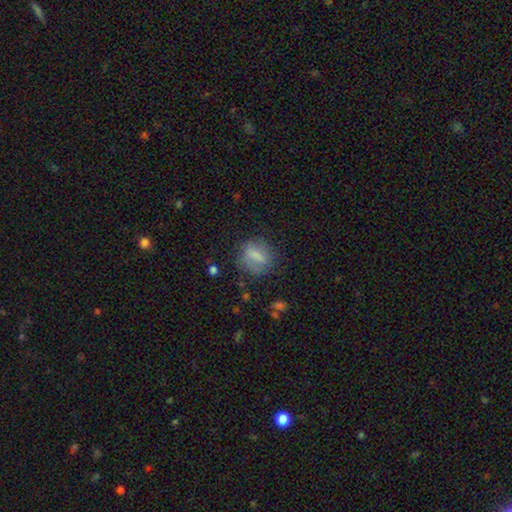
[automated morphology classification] A smooth galaxy with no disk features (68%) that is round (47%).

Vote fractions:
- Smooth or featured? smooth: 68% / featured or disk: 23% / star or artifact: 10%
- How rounded? round: 47% / in between: 45% / cigar-shaped: 8%
- Merging? none: 65% / minor disturbance: 21% / major disturbance: 12% / merger: 3%